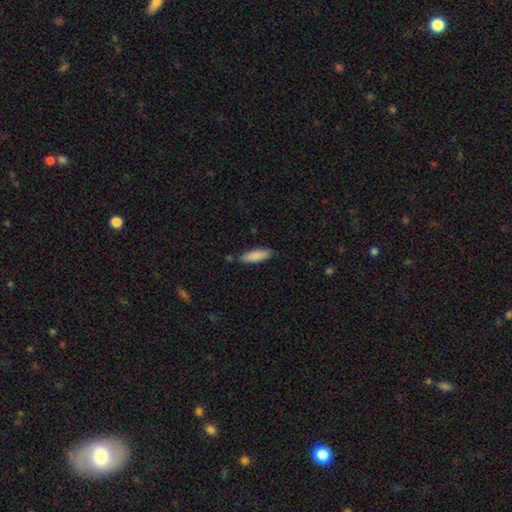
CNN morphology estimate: smooth_or_featured: smooth (p=0.88) [alt: featured or disk p=0.06]
how_rounded: in between (p=0.55) [alt: cigar-shaped p=0.43]
merging: none (p=0.82) [alt: minor disturbance p=0.12]